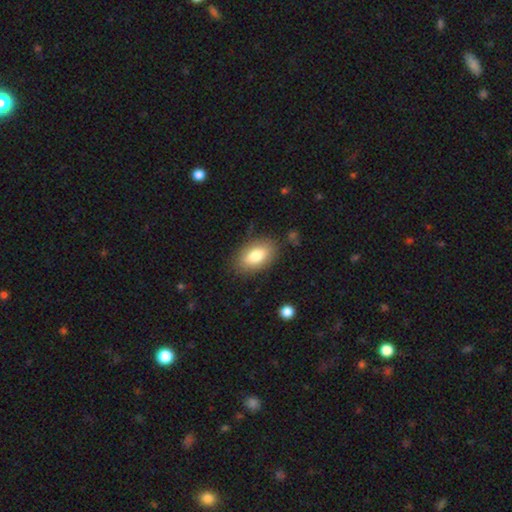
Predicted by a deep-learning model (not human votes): Morphology: type=smooth (80%); roundness=in between (92%); merging=none (84%).